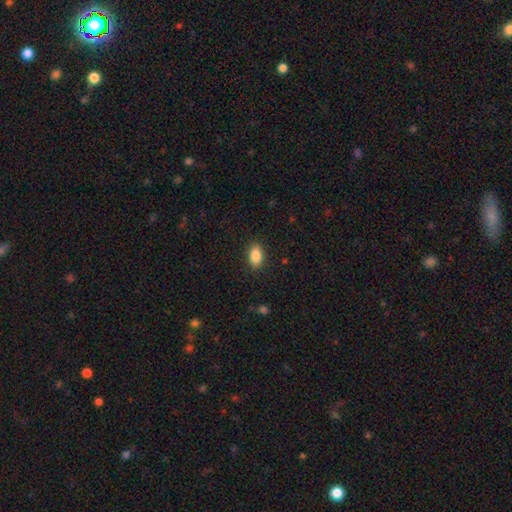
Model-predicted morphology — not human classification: This is clearly a smooth galaxy (86%). How rounded: clearly in between (90%). Merging: clearly none (88%).